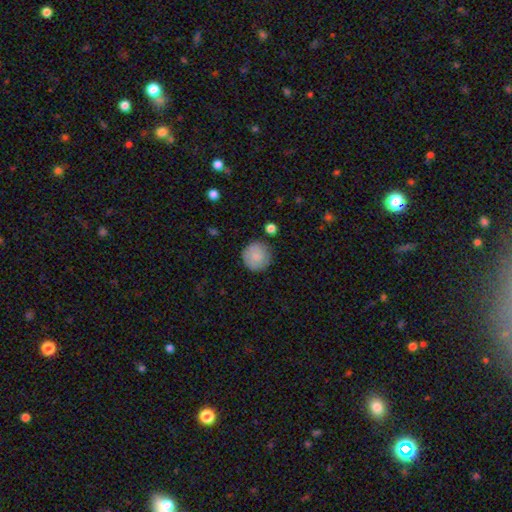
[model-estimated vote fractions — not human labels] The model was most divided on "merging": none: 84%, minor disturbance: 11%, major disturbance: 3%, merger: 2%. More confident: how rounded — round (94%); smooth or featured — smooth (84%).